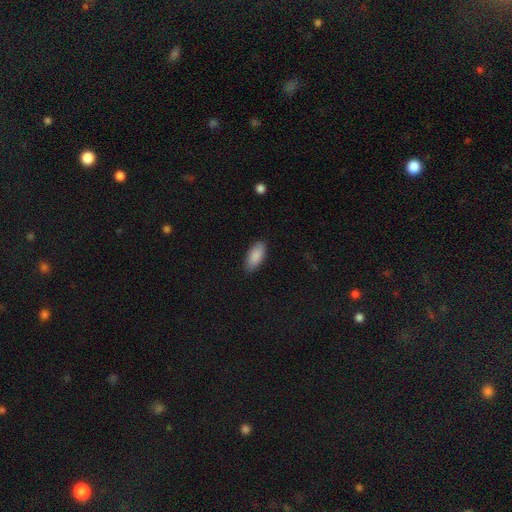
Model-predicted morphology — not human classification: type=smooth (88%); roundness=in between (88%); merging=none (83%).